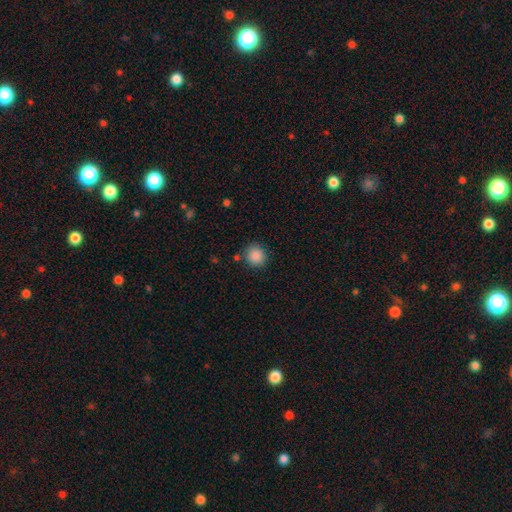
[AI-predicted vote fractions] A smooth galaxy with no disk features (88%) that is round (88%). Merging: none (84%).